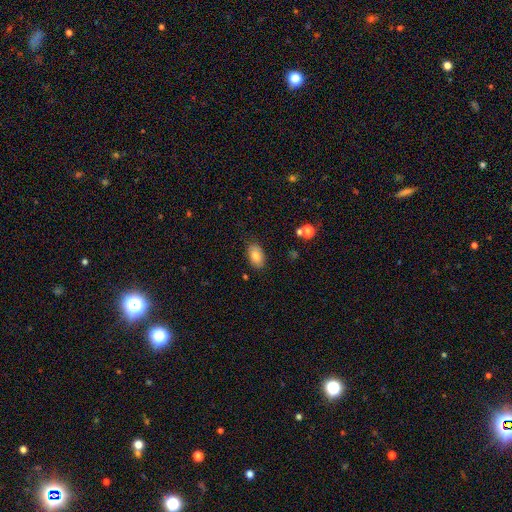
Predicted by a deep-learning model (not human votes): A smooth galaxy with no disk features (81%) that is in between round and cigar-shaped (91%).

Vote fractions:
- Smooth or featured? smooth: 81% / featured or disk: 11% / star or artifact: 8%
- How rounded? in between: 91% / round: 7% / cigar-shaped: 1%
- Merging? none: 83% / minor disturbance: 13% / major disturbance: 3% / merger: 2%